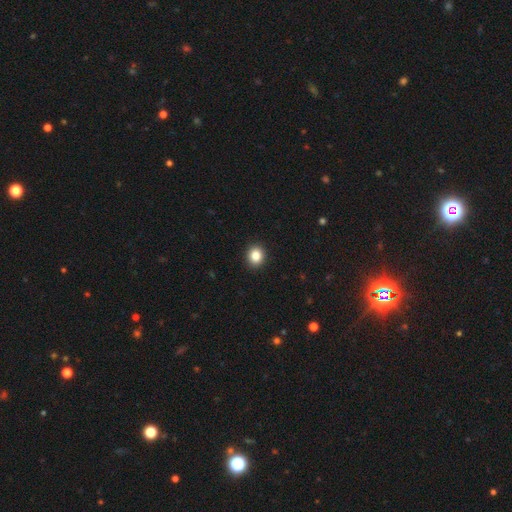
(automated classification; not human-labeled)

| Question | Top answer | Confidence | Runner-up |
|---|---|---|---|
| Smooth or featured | smooth | 85% | star or artifact (10%) |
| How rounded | round | 75% | in between (24%) |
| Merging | none | 92% | minor disturbance (5%) |